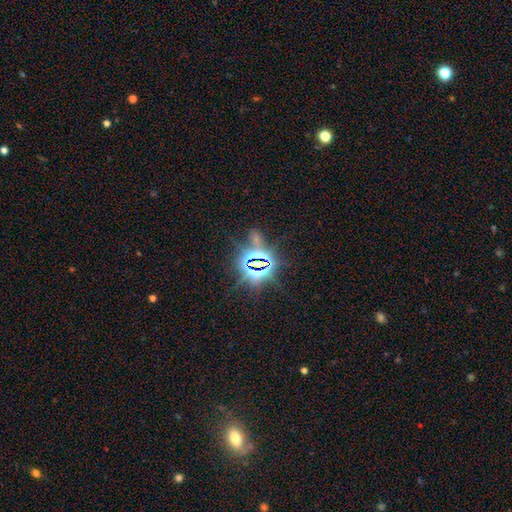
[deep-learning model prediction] Smooth or featured?
  - star or artifact: 84% *
  - smooth: 9%
  - featured or disk: 7%